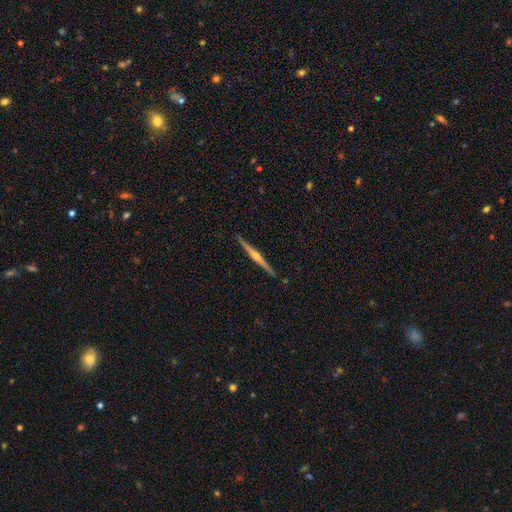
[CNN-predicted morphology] Smooth or featured? Predicted: featured or disk (p=0.83). Edge-on disk? Predicted: yes (p=0.99). Edge-on bulge? Predicted: rounded (p=0.89). Merging? Predicted: none (p=0.92).